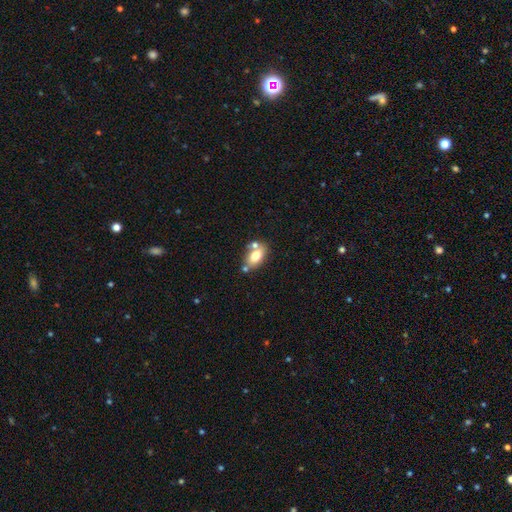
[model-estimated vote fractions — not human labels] A smooth galaxy with no disk features (74%) that is in between round and cigar-shaped (87%). Merging: none (58%).